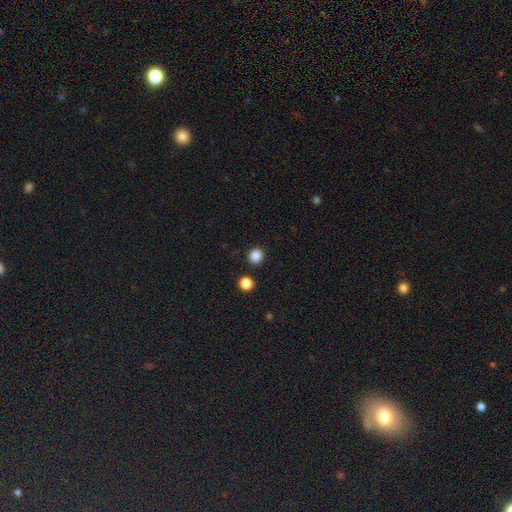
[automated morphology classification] Smooth or featured? Predicted: smooth (p=0.86). How rounded? Predicted: round (p=0.88). Merging? Predicted: none (p=0.90).